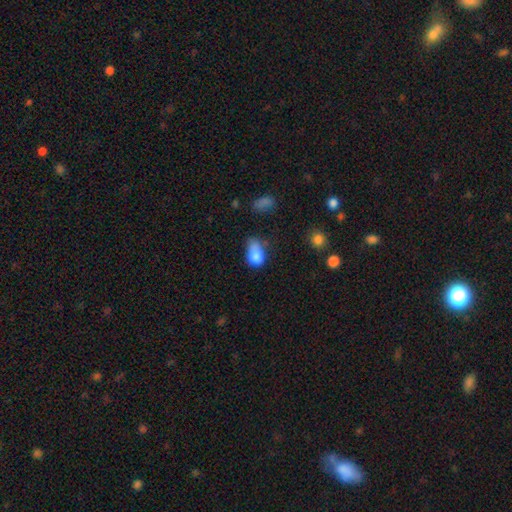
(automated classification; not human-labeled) smooth-or-featured: smooth: 78% | featured or disk: 12% | star or artifact: 10%
  how-rounded: in between: 77% | round: 20% | cigar-shaped: 2%
  merging: minor disturbance: 36% | major disturbance: 26% | none: 24% | merger: 14%